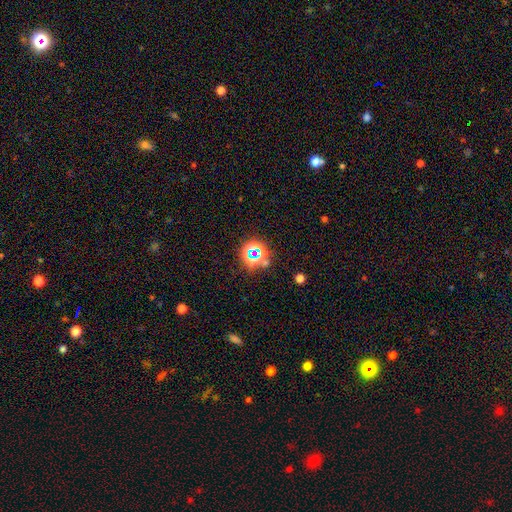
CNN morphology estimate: Q: Smooth or featured?
A: star or artifact (67%); runner-up: smooth (23%)